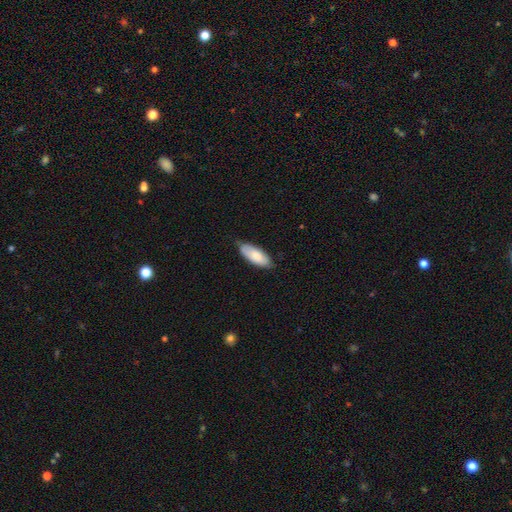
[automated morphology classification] Q: Smooth or featured?
A: smooth (76%); runner-up: featured or disk (18%)
Q: How rounded?
A: in between (83%); runner-up: cigar-shaped (15%)
Q: Merging?
A: none (71%); runner-up: minor disturbance (25%)